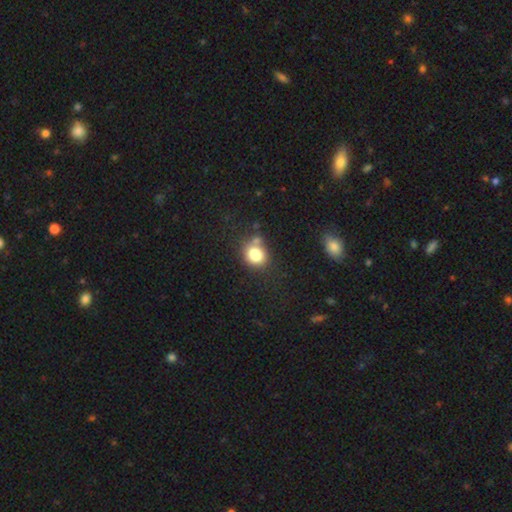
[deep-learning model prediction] Smooth or featured: smooth — 82% (star or artifact — 11%)
How rounded: round — 68% (in between — 31%)
Merging: none — 59% (merger — 19%)